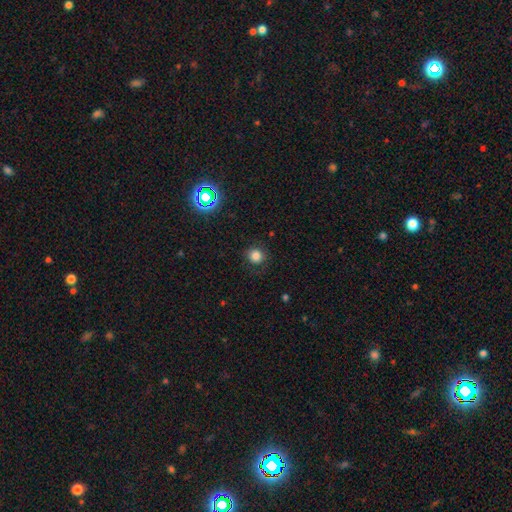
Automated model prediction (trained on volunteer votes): smooth_or_featured: smooth (p=0.81) [alt: star or artifact p=0.14]
how_rounded: round (p=0.90) [alt: in between p=0.09]
merging: none (p=0.83) [alt: minor disturbance p=0.11]